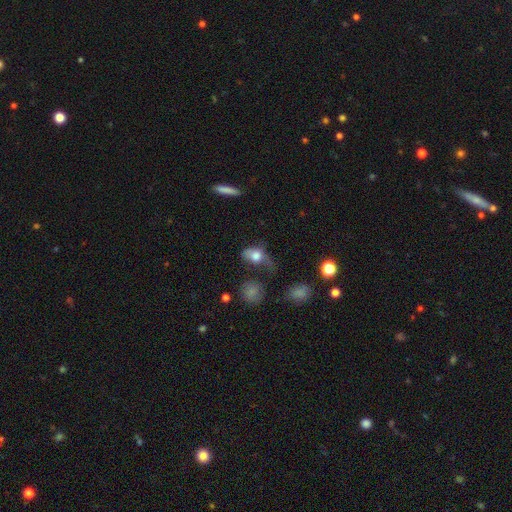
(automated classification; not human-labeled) smooth_or_featured: smooth (p=0.71) [alt: featured or disk p=0.18]
how_rounded: in between (p=0.68) [alt: round p=0.28]
merging: major disturbance (p=0.40) [alt: minor disturbance p=0.26]